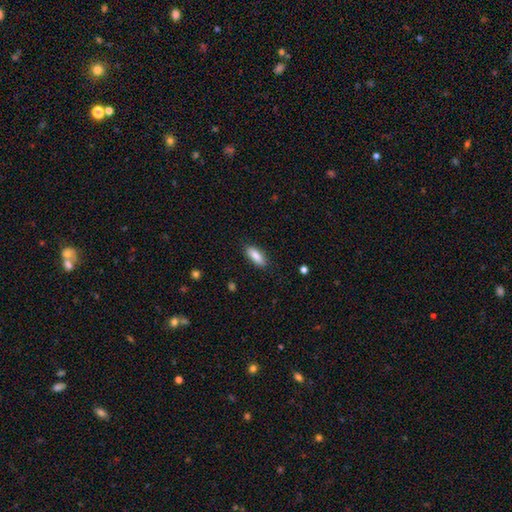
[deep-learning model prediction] This is clearly a smooth galaxy (86%). How rounded: likely in between (74%). Merging: clearly none (86%).